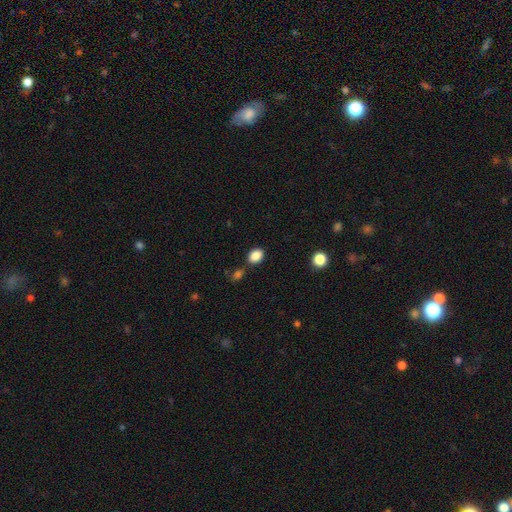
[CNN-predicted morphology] Smooth or featured? Predicted: smooth (p=0.87). How rounded? Predicted: in between (p=0.69). Merging? Predicted: none (p=0.70).